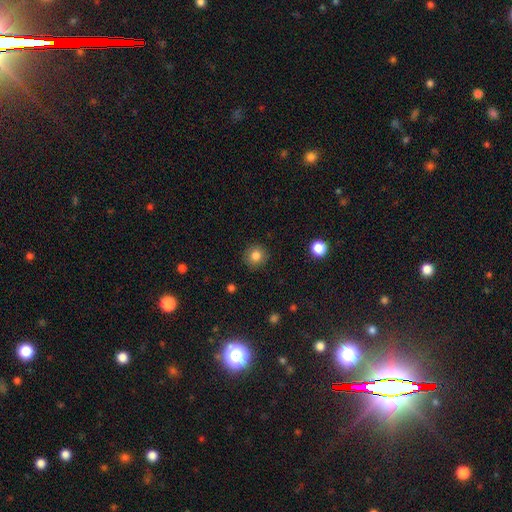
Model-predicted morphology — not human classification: Smooth or featured? smooth (83%)
How rounded? round (93%)
Merging? none (90%)